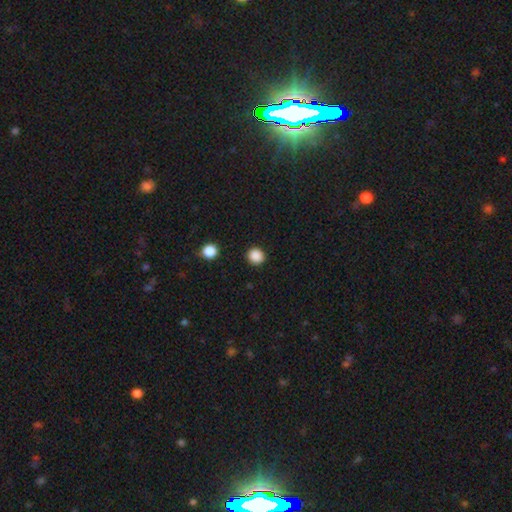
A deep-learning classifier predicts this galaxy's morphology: Q: Smooth or featured?
A: smooth (88%); runner-up: star or artifact (10%)
Q: How rounded?
A: round (91%); runner-up: in between (8%)
Q: Merging?
A: none (92%); runner-up: minor disturbance (5%)